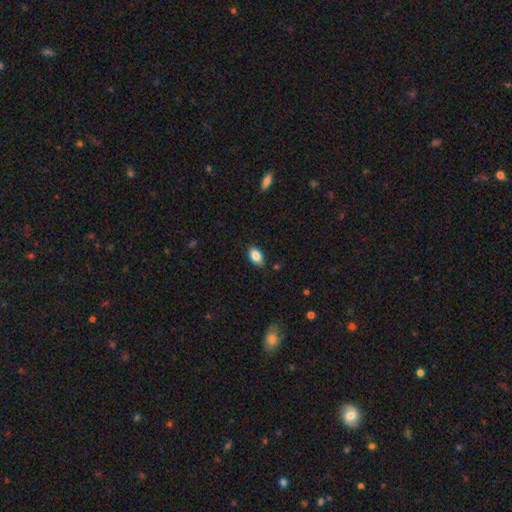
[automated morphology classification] Q: Smooth or featured?
A: smooth (86%); runner-up: star or artifact (8%)
Q: How rounded?
A: in between (91%); runner-up: round (6%)
Q: Merging?
A: none (83%); runner-up: minor disturbance (13%)